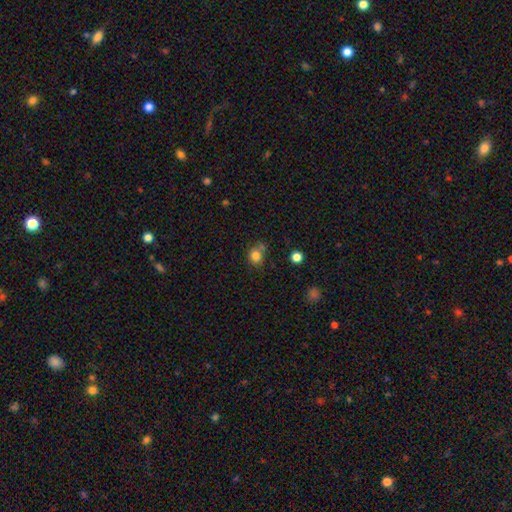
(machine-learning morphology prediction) This appears to be a smooth galaxy with no disk features (81%) that is round (76%). Merging: none (60%).